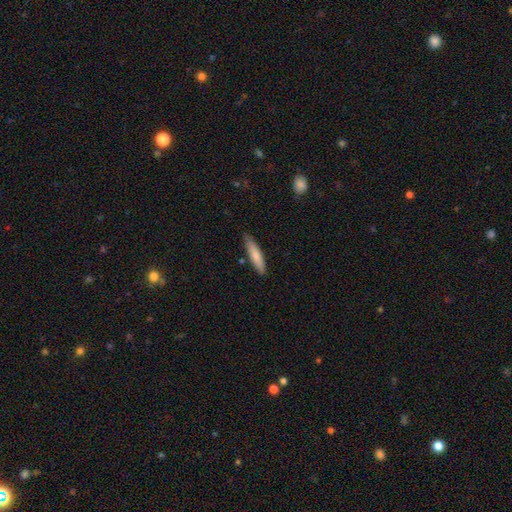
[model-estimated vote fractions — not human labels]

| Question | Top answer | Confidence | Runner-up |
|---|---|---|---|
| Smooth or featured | smooth | 77% | featured or disk (17%) |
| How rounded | cigar-shaped | 83% | in between (16%) |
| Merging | none | 81% | minor disturbance (14%) |